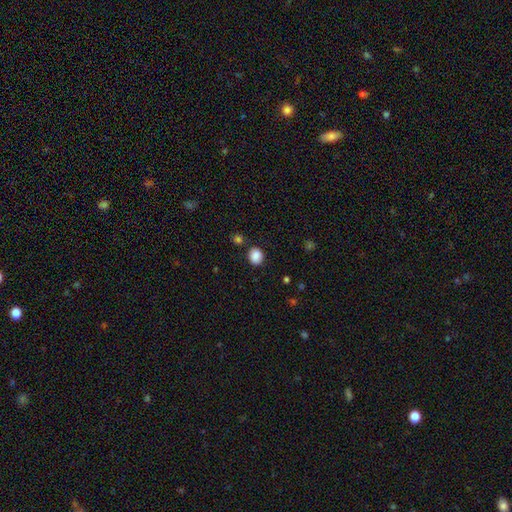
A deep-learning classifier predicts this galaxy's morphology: smooth 87%, star or artifact 9%, featured or disk 4%. Down the decision tree: how rounded — round (62%); merging — none (80%).